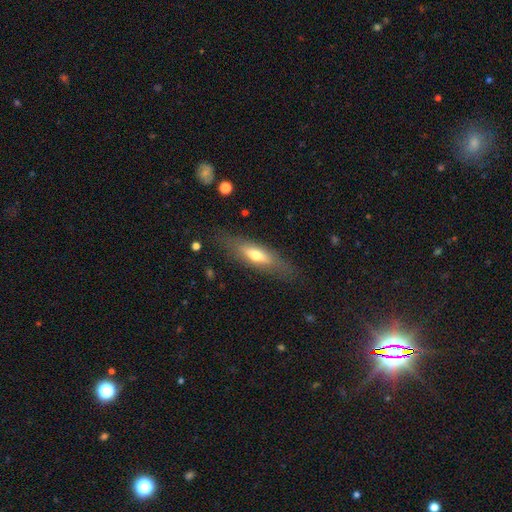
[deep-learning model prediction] Smooth or featured: smooth — 53% (featured or disk — 40%)
How rounded: cigar-shaped — 56% (in between — 41%)
Merging: none — 78% (minor disturbance — 15%)